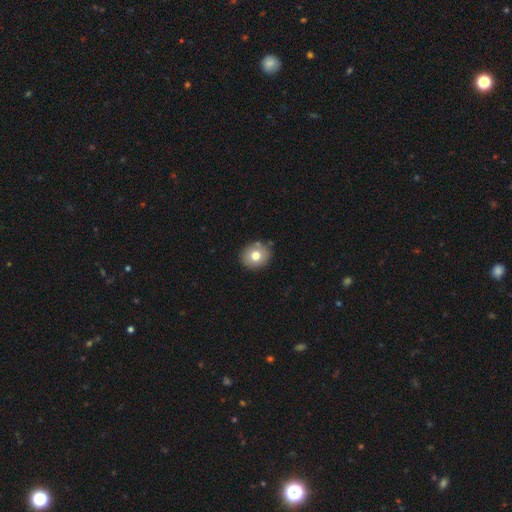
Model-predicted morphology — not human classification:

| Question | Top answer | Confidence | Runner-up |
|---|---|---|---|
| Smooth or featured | smooth | 75% | featured or disk (16%) |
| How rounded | round | 76% | in between (23%) |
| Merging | none | 86% | minor disturbance (9%) |